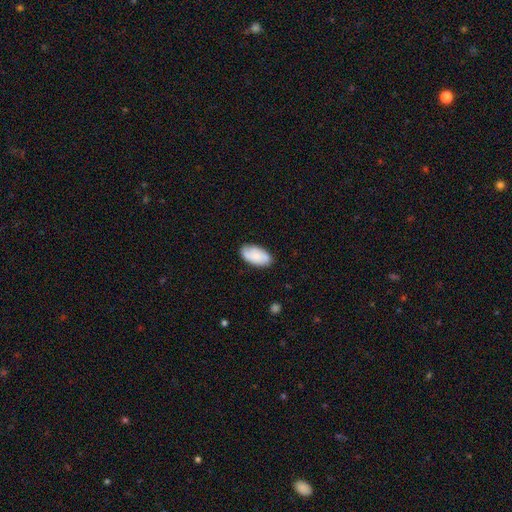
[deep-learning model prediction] Smooth or featured? smooth (67%)
How rounded? in between (94%)
Merging? none (79%)